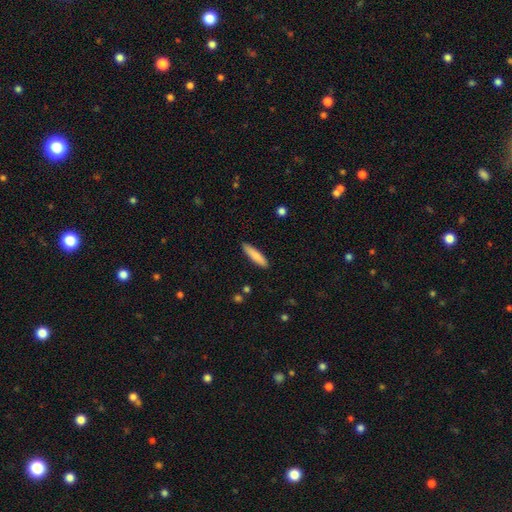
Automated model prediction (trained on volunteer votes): Smooth or featured?
  - smooth: 82% *
  - featured or disk: 12%
  - star or artifact: 6%
How rounded?
  - cigar-shaped: 79% *
  - in between: 19%
  - round: 1%
Merging?
  - none: 89% *
  - minor disturbance: 8%
  - major disturbance: 2%
  - merger: 1%